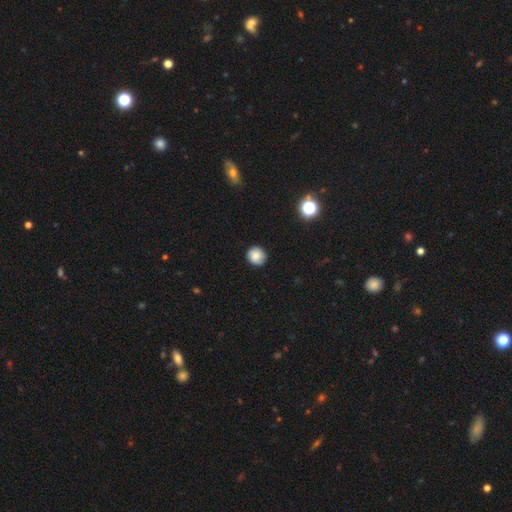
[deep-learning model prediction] Smooth or featured?
  - smooth: 77% *
  - featured or disk: 13%
  - star or artifact: 10%
How rounded?
  - round: 88% *
  - in between: 11%
  - cigar-shaped: 1%
Merging?
  - none: 86% *
  - minor disturbance: 11%
  - major disturbance: 2%
  - merger: 1%